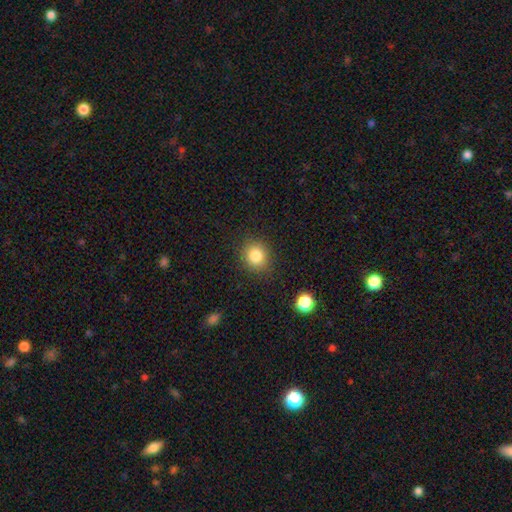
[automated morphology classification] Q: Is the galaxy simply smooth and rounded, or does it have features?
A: smooth — 83%.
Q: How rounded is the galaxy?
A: round — 80%.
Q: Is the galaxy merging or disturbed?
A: none — 87%.